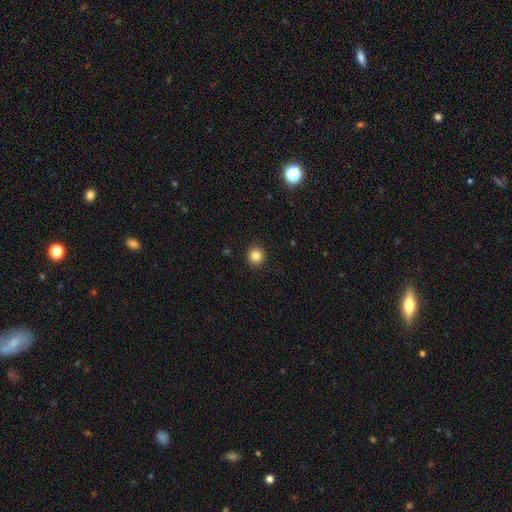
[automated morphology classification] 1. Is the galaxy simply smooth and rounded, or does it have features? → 85% smooth, 11% star or artifact, 4% featured or disk.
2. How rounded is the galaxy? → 91% round, 8% in between, 1% cigar-shaped.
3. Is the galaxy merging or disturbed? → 91% none, 6% minor disturbance, 2% major disturbance, 1% merger.